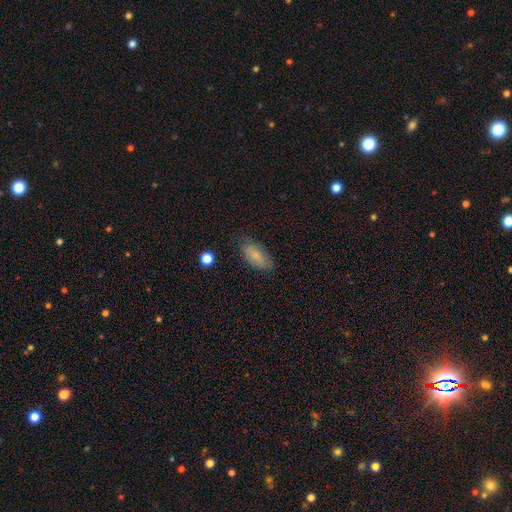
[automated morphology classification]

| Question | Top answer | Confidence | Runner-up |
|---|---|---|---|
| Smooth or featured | smooth | 81% | featured or disk (12%) |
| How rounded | in between | 89% | cigar-shaped (8%) |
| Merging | none | 78% | minor disturbance (17%) |